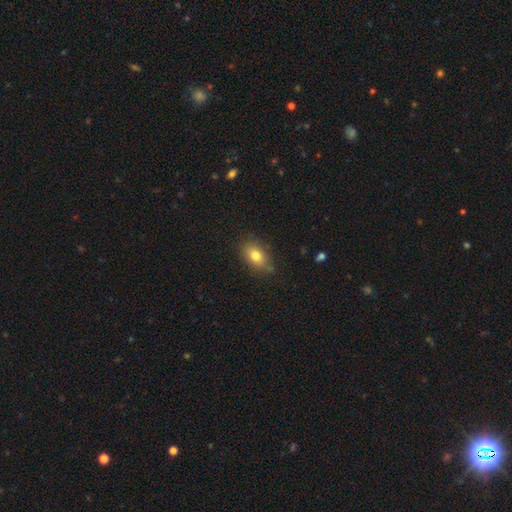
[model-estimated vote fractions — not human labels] Smooth or featured: smooth — 79% (featured or disk — 12%)
How rounded: in between — 85% (round — 12%)
Merging: none — 76% (minor disturbance — 18%)